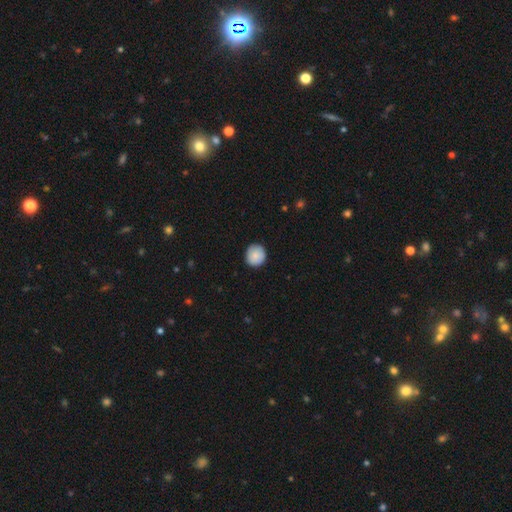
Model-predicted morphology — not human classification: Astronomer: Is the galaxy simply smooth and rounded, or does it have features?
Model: smooth — 86%.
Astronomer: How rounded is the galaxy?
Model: round — 91%.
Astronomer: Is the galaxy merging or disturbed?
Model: none — 89%.